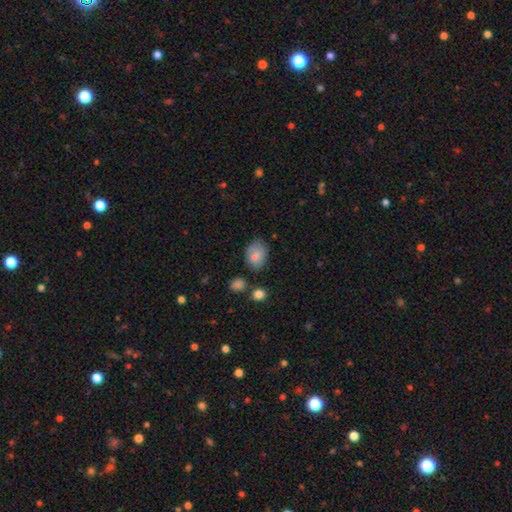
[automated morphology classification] Smooth or featured? smooth (79%)
How rounded? in between (74%)
Merging? none (63%)